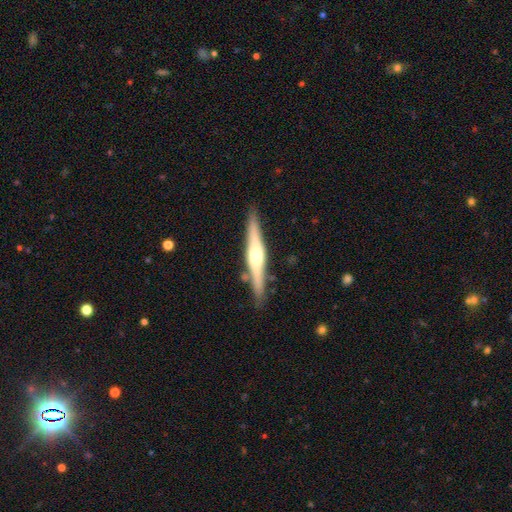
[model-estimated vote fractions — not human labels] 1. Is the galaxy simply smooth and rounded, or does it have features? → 71% featured or disk, 23% smooth, 6% star or artifact.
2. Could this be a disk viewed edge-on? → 97% yes, 3% no.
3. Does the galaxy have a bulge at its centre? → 84% rounded, 11% boxy, 5% none.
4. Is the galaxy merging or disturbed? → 86% none, 10% minor disturbance, 2% merger, 2% major disturbance.